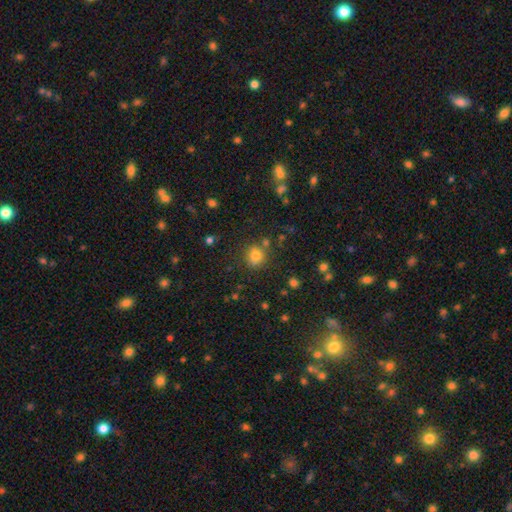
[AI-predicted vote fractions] Smooth or featured: smooth — 77% (star or artifact — 15%)
How rounded: round — 75% (in between — 24%)
Merging: none — 76% (minor disturbance — 13%)